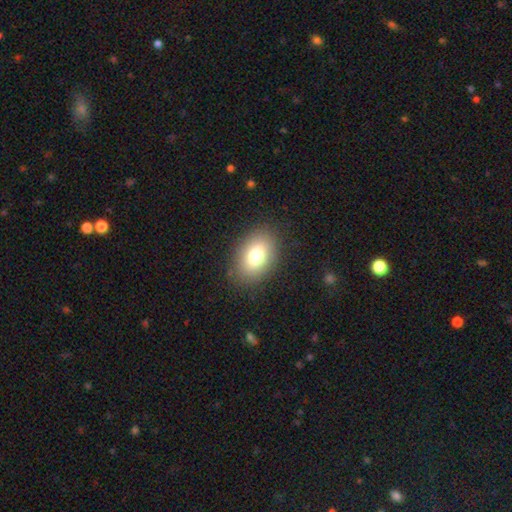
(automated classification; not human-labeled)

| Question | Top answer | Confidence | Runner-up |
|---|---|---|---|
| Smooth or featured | smooth | 76% | featured or disk (14%) |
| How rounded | in between | 84% | round (14%) |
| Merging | none | 85% | minor disturbance (10%) |